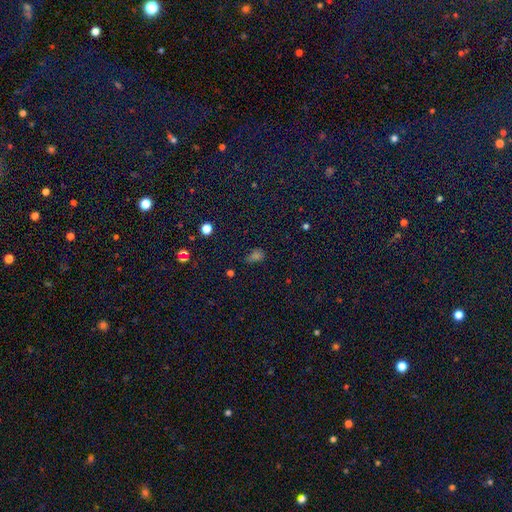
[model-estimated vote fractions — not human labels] Smooth or featured? Predicted: smooth (p=0.58). How rounded? Predicted: in between (p=0.76). Merging? Predicted: none (p=0.63).